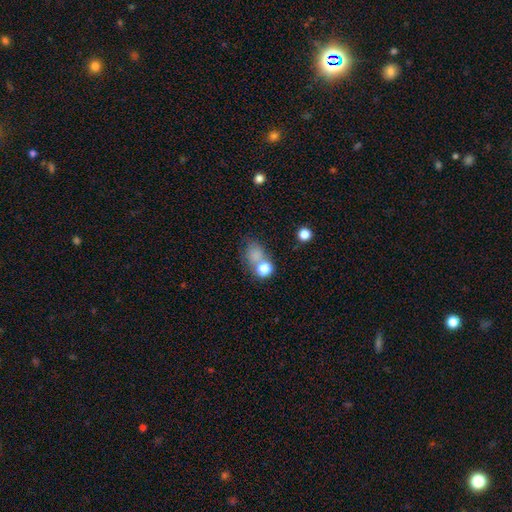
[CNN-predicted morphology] smooth 75%, star or artifact 16%, featured or disk 9%. Down the decision tree: how rounded — round (55%); merging — none (44%).